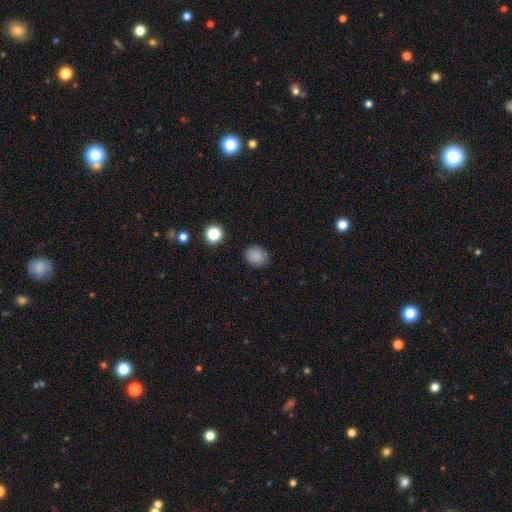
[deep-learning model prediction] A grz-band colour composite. It shows a smooth galaxy with no disk features (85%) that is round (54%). Merging: none (87%).